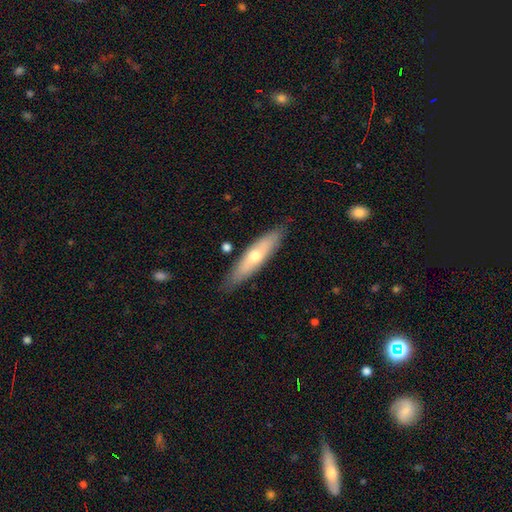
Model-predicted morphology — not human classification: Q: Smooth or featured?
A: smooth (51%); runner-up: featured or disk (43%)
Q: How rounded?
A: cigar-shaped (69%); runner-up: in between (29%)
Q: Merging?
A: none (83%); runner-up: minor disturbance (12%)